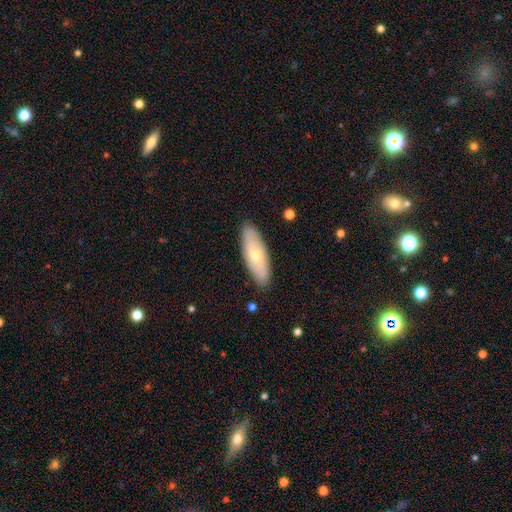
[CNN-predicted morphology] Q: Smooth or featured?
A: smooth (56%); runner-up: featured or disk (38%)
Q: How rounded?
A: in between (62%); runner-up: cigar-shaped (36%)
Q: Merging?
A: none (88%); runner-up: minor disturbance (9%)